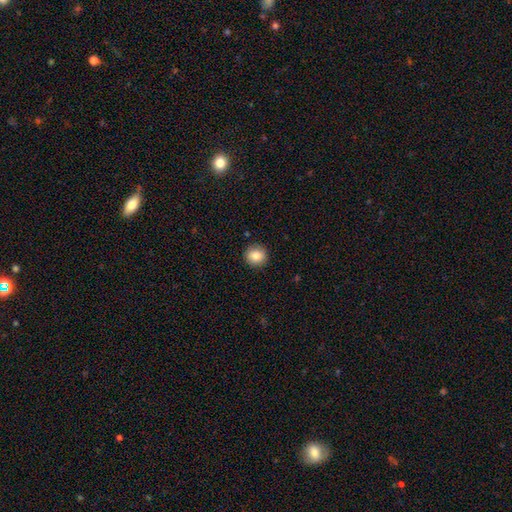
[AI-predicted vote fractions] Overall: smooth (85%). How rounded: round (91%). Merging: none (90%).